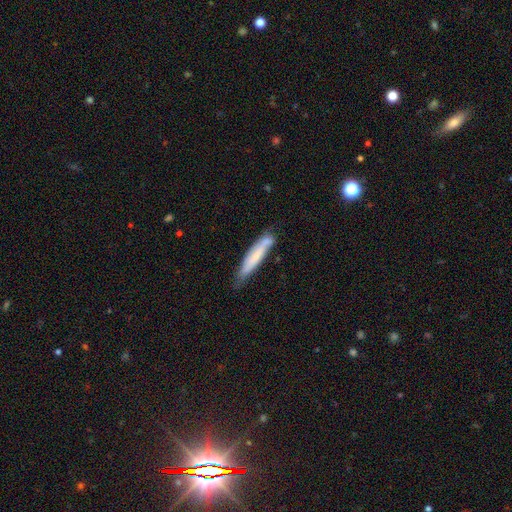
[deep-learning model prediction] Smooth or featured: smooth — 60% (featured or disk — 33%)
How rounded: cigar-shaped — 89% (in between — 10%)
Merging: none — 63% (minor disturbance — 28%)